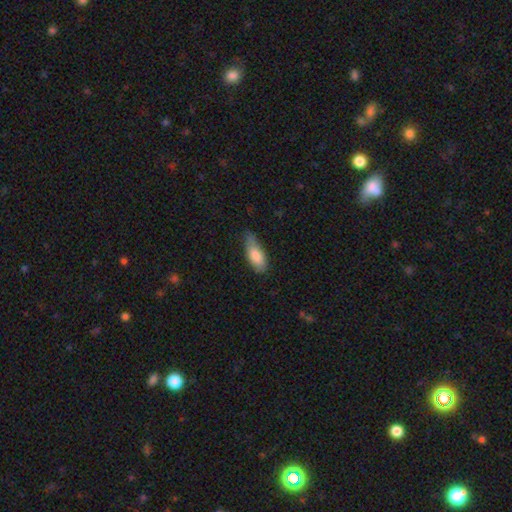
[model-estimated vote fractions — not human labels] Morphology: type=smooth (81%); roundness=in between (81%); merging=none (46%).